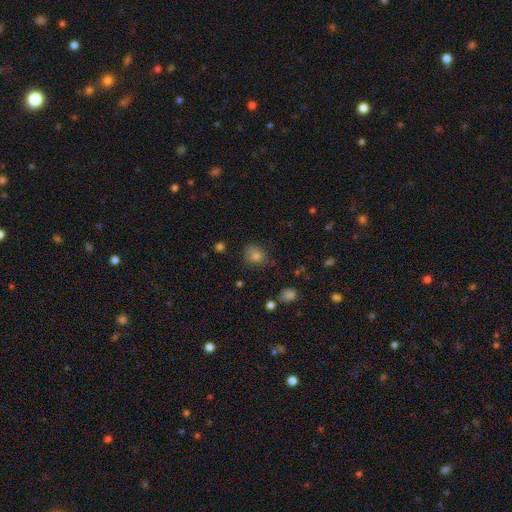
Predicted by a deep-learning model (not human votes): Smooth or featured: smooth — 76% (star or artifact — 15%)
How rounded: round — 61% (in between — 38%)
Merging: none — 65% (minor disturbance — 25%)